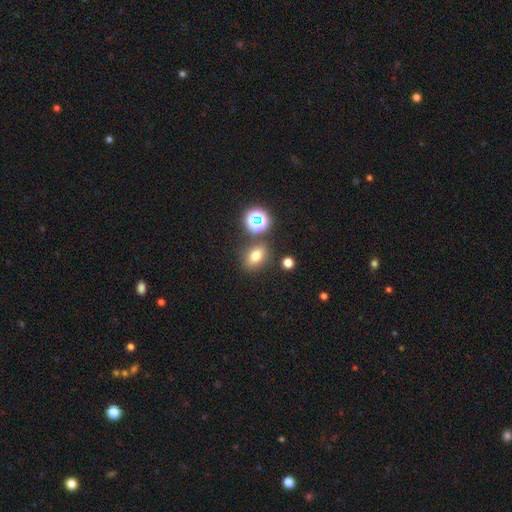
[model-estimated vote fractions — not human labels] The model was most divided on "how rounded": in between: 60%, round: 38%, cigar-shaped: 2%. More confident: merging — none (78%); smooth or featured — smooth (72%).